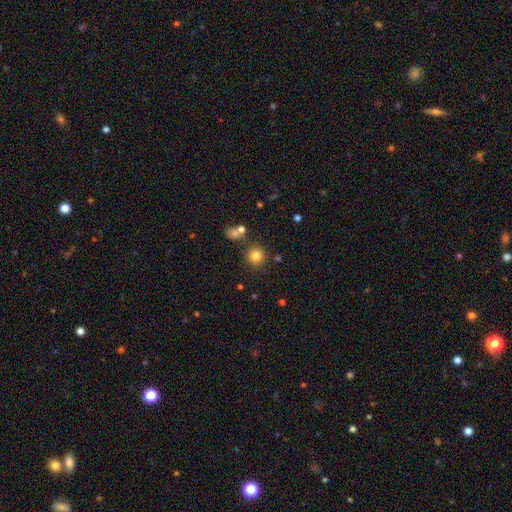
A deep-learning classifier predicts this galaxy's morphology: Q: Smooth or featured?
A: smooth (80%); runner-up: star or artifact (13%)
Q: How rounded?
A: round (92%); runner-up: in between (7%)
Q: Merging?
A: none (82%); runner-up: minor disturbance (8%)